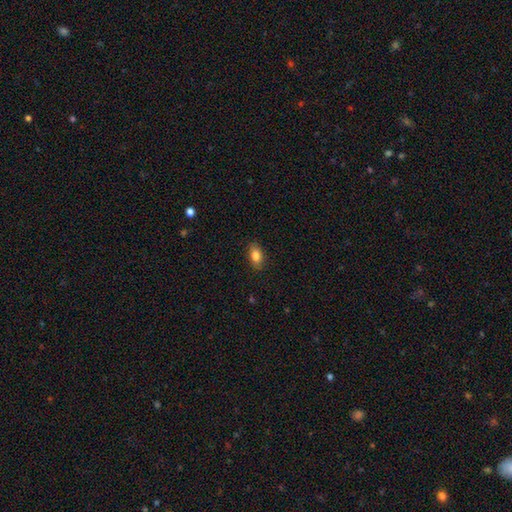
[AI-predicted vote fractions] Smooth or featured? Predicted: smooth (p=0.84). How rounded? Predicted: in between (p=0.87). Merging? Predicted: none (p=0.86).